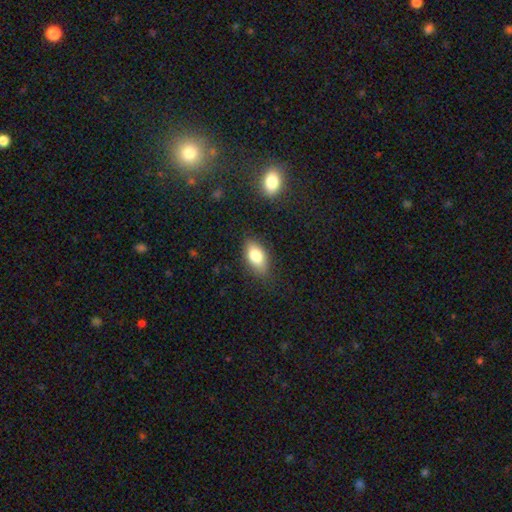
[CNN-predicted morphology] smooth_or_featured: smooth (p=0.79) [alt: featured or disk p=0.13]
how_rounded: in between (p=0.88) [alt: round p=0.06]
merging: none (p=0.83) [alt: minor disturbance p=0.13]